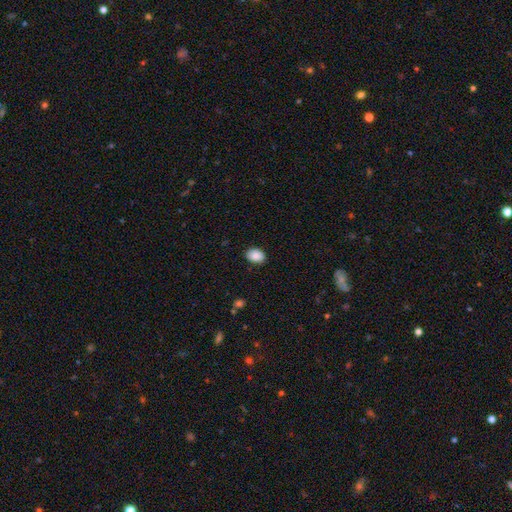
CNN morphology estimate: This is clearly a smooth galaxy (90%). How rounded: likely in between (77%). Merging: clearly none (88%).